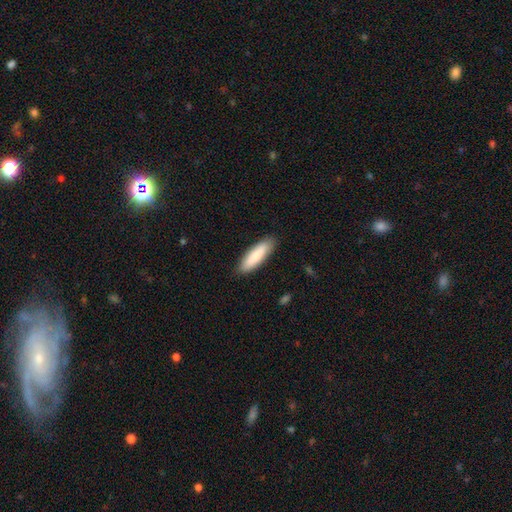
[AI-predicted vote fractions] This appears to be a smooth galaxy with no disk features (82%) that is cigar-shaped (60%). Merging: none (88%).